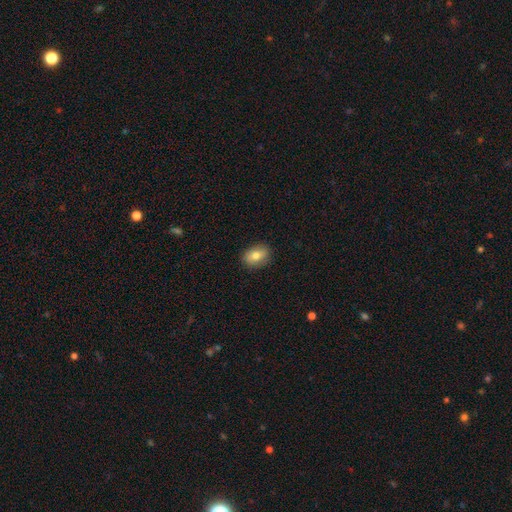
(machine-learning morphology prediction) A smooth galaxy with no disk features (76%) that is in between round and cigar-shaped (74%).

Vote fractions:
- Smooth or featured? smooth: 76% / featured or disk: 16% / star or artifact: 8%
- How rounded? in between: 74% / round: 24% / cigar-shaped: 2%
- Merging? none: 86% / minor disturbance: 11% / major disturbance: 2% / merger: 1%